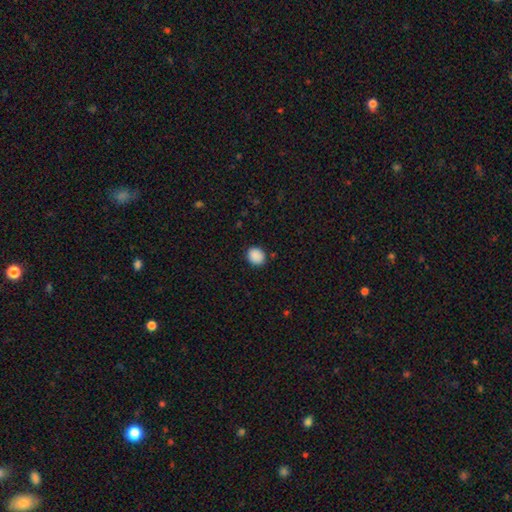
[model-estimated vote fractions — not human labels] smooth-or-featured: smooth: 89% | star or artifact: 8% | featured or disk: 2%
  how-rounded: round: 70% | in between: 29% | cigar-shaped: 1%
  merging: none: 88% | minor disturbance: 8% | major disturbance: 2% | merger: 1%